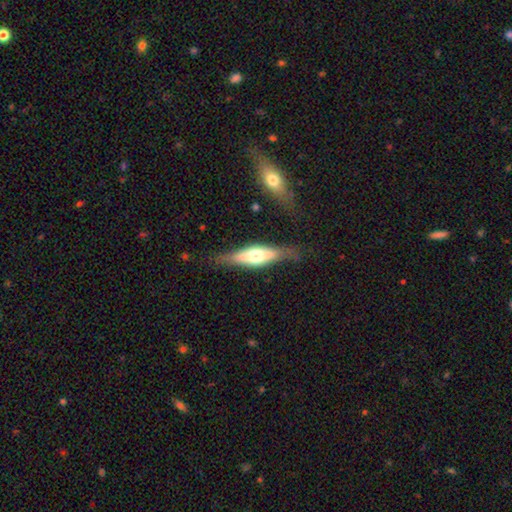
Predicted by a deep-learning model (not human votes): smooth-or-featured: featured or disk: 64% | smooth: 31% | star or artifact: 6%
  disk-edge-on: yes: 90% | no: 10%
    edge-on-bulge: rounded: 87% | boxy: 10% | none: 3%
  merging: none: 74% | minor disturbance: 17% | major disturbance: 6% | merger: 2%